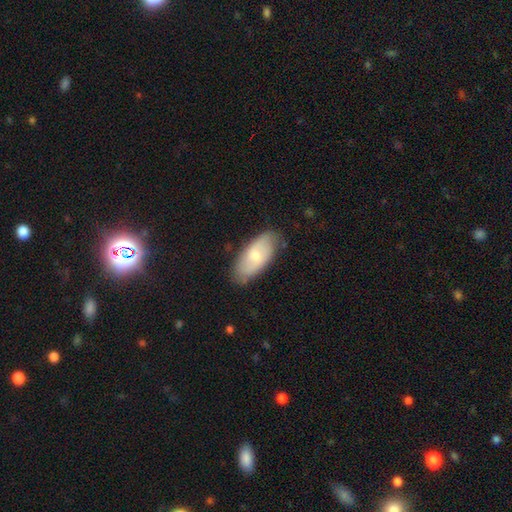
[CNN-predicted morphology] Smooth or featured?
  - smooth: 61% *
  - featured or disk: 34%
  - star or artifact: 6%
How rounded?
  - in between: 89% *
  - cigar-shaped: 8%
  - round: 3%
Merging?
  - none: 78% *
  - minor disturbance: 17%
  - major disturbance: 3%
  - merger: 1%